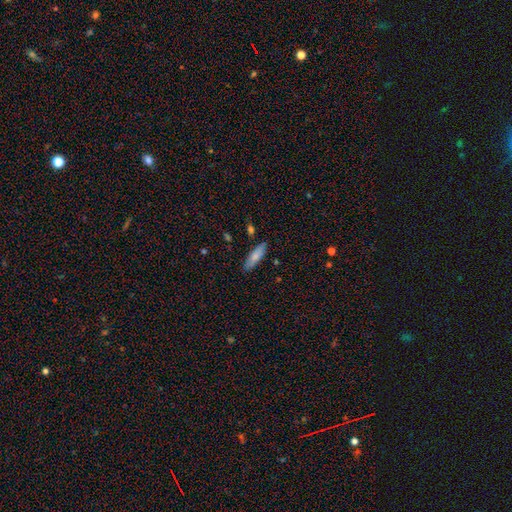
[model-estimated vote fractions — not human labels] Overall: smooth (78%). How rounded: cigar-shaped (53%; in between 45%). Merging: none (84%).